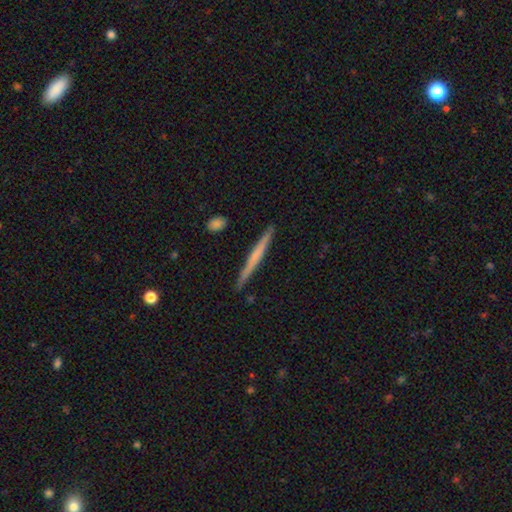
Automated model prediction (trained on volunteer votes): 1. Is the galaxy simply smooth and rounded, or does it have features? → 50% smooth, 45% featured or disk, 5% star or artifact.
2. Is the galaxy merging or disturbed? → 91% none, 6% minor disturbance, 1% merger, 1% major disturbance.